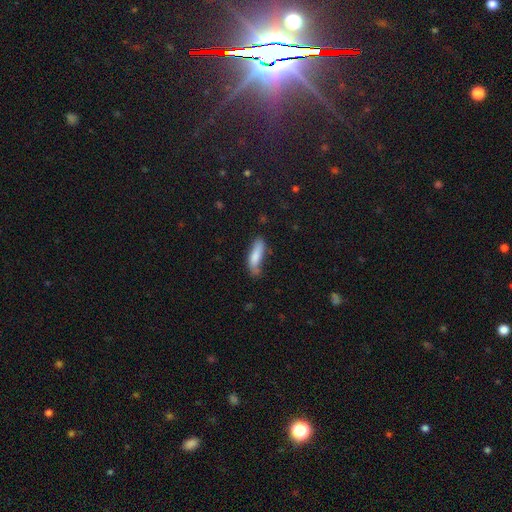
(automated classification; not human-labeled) Smooth or featured: smooth — 79% (featured or disk — 14%)
How rounded: cigar-shaped — 57% (in between — 41%)
Merging: none — 59% (minor disturbance — 30%)